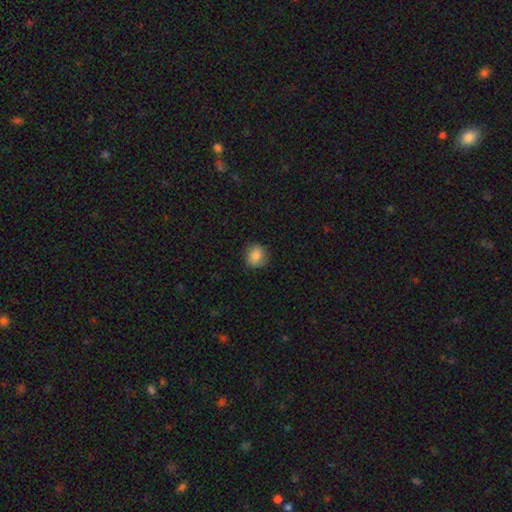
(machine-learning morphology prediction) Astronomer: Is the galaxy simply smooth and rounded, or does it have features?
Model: smooth — 85%.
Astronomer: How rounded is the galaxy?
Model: round — 81%.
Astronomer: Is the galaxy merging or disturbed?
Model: none — 83%.